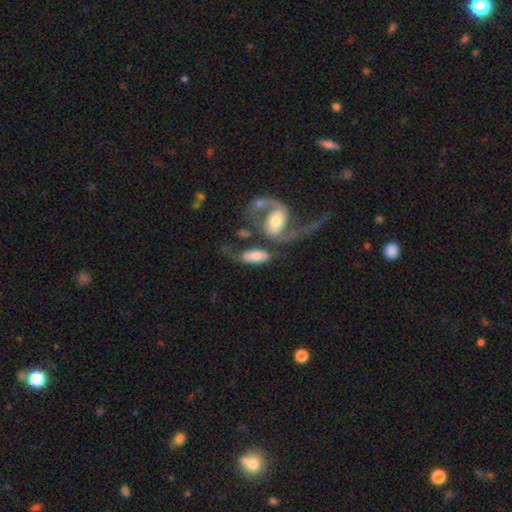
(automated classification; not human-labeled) This appears to be a featured or disk galaxy (58%) with no bar (46%), spiral arms (86%) and a moderate central bulge (49%). Merging: merger (42%).